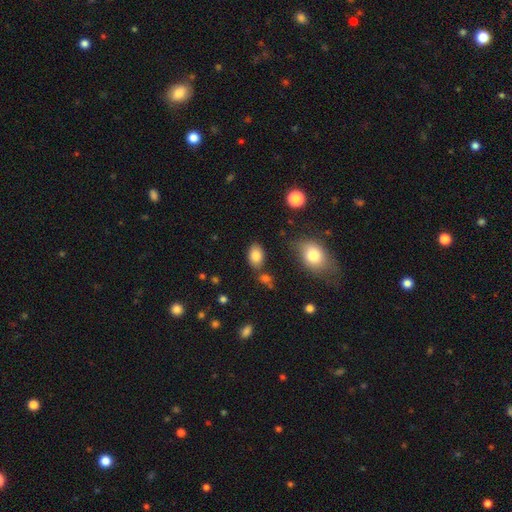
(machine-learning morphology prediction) Smooth or featured?
  - smooth: 84% *
  - star or artifact: 9%
  - featured or disk: 7%
How rounded?
  - in between: 85% *
  - round: 14%
  - cigar-shaped: 1%
Merging?
  - none: 79% *
  - minor disturbance: 12%
  - merger: 6%
  - major disturbance: 3%